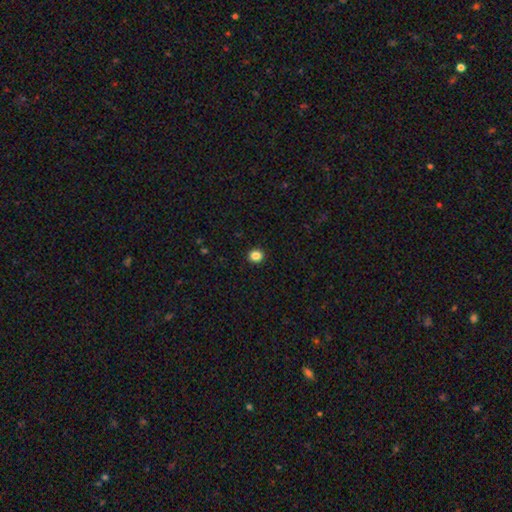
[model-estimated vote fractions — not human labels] smooth_or_featured: smooth (p=0.86) [alt: star or artifact p=0.11]
how_rounded: round (p=0.84) [alt: in between p=0.15]
merging: none (p=0.93) [alt: minor disturbance p=0.05]